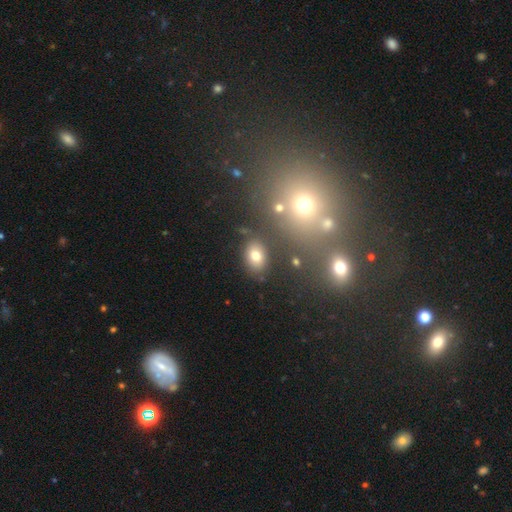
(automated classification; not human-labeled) Smooth or featured? Predicted: smooth (p=0.75). How rounded? Predicted: in between (p=0.73). Merging? Predicted: none (p=0.82).